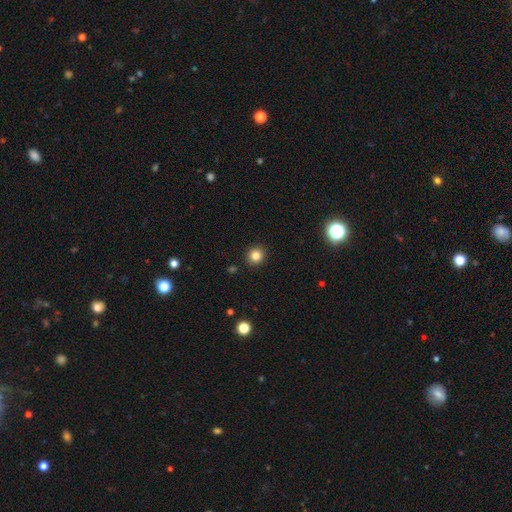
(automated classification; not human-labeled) Morphology: type=smooth (83%); roundness=round (91%); merging=none (92%).